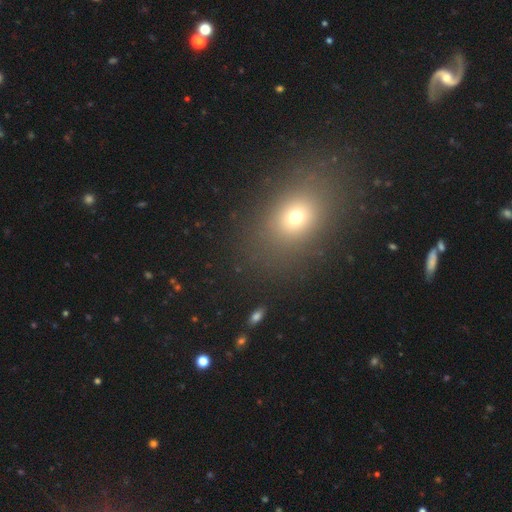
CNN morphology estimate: Smooth or featured: smooth — 63% (star or artifact — 26%)
How rounded: in between — 54% (round — 44%)
Merging: none — 86% (minor disturbance — 8%)